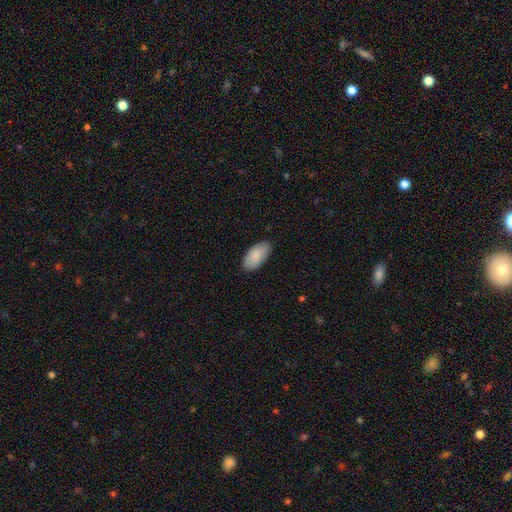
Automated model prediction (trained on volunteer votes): A smooth galaxy with no disk features (87%) that is in between round and cigar-shaped (95%).

Vote fractions:
- Smooth or featured? smooth: 87% / featured or disk: 7% / star or artifact: 5%
- How rounded? in between: 95% / cigar-shaped: 3% / round: 2%
- Merging? none: 85% / minor disturbance: 12% / major disturbance: 2% / merger: 1%